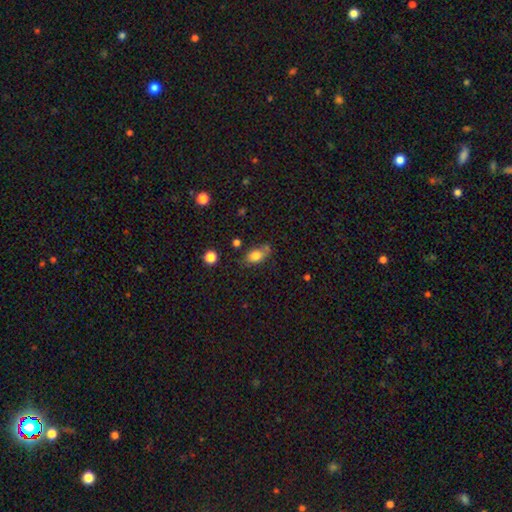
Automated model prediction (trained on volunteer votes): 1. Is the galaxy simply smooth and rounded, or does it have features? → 79% smooth, 11% featured or disk, 10% star or artifact.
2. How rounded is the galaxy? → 85% in between, 12% round, 3% cigar-shaped.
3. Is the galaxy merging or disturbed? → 62% none, 22% minor disturbance, 10% merger, 6% major disturbance.